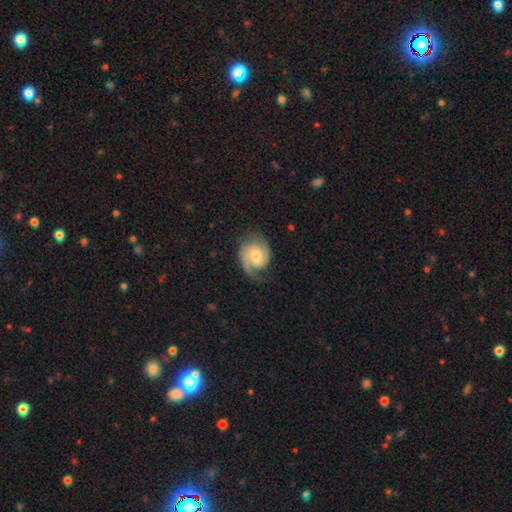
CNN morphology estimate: Q: Smooth or featured?
A: featured or disk (79%); runner-up: smooth (16%)
Q: Edge-on disk?
A: no (98%); runner-up: yes (2%)
Q: Bar?
A: no (65%); runner-up: weak (30%)
Q: Spiral arms?
A: yes (96%); runner-up: no (4%)
Q: Spiral winding?
A: medium (42%); tied with: tight (42%)
Q: Spiral arm count?
A: 2 (71%); runner-up: 1 (18%)
Q: Bulge size?
A: moderate (60%); runner-up: small (27%)
Q: Merging?
A: none (68%); runner-up: minor disturbance (20%)